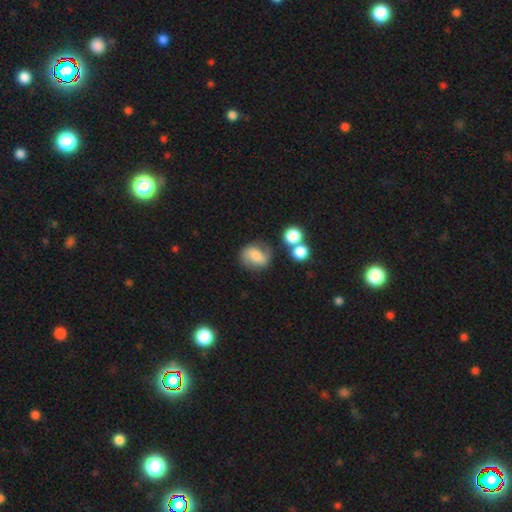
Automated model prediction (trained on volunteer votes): This is possibly a featured or disk galaxy (50%). It is clearly not viewed edge-on (97%). Merging: likely none (69%).